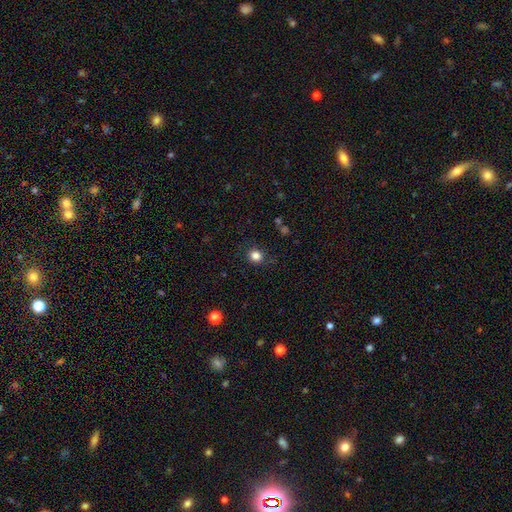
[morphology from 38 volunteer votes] Volunteers were most divided on "how rounded": round: 86%, in between: 11%, cigar-shaped: 3%. More confident: smooth or featured — smooth (92%); merging — none (86%).